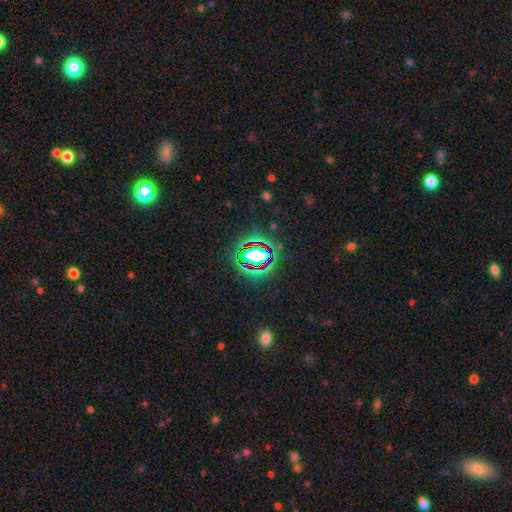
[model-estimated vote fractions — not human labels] The model was most divided on "smooth or featured": star or artifact: 66%, smooth: 22%, featured or disk: 12%.